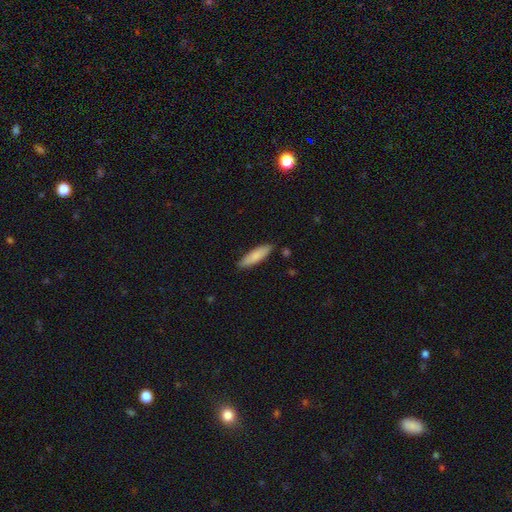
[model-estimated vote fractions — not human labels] Morphology: type=smooth (82%); roundness=cigar-shaped (63%); merging=none (86%).